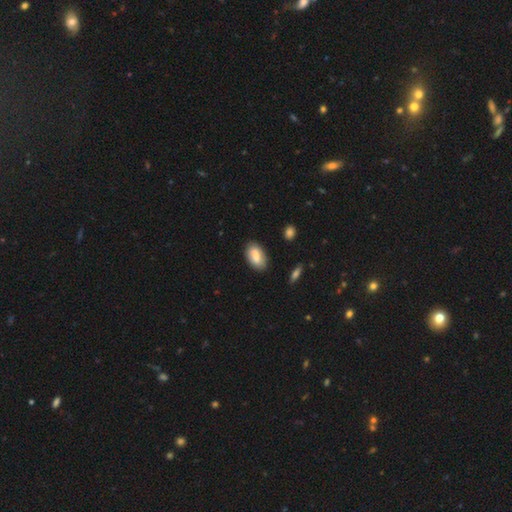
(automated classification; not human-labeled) Smooth or featured? Predicted: smooth (p=0.78). How rounded? Predicted: in between (p=0.91). Merging? Predicted: none (p=0.78).